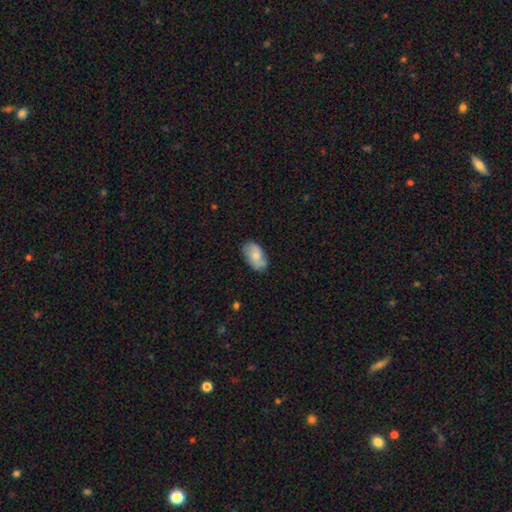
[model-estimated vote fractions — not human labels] Smooth or featured? Predicted: smooth (p=0.68). How rounded? Predicted: in between (p=0.93). Merging? Predicted: none (p=0.70).